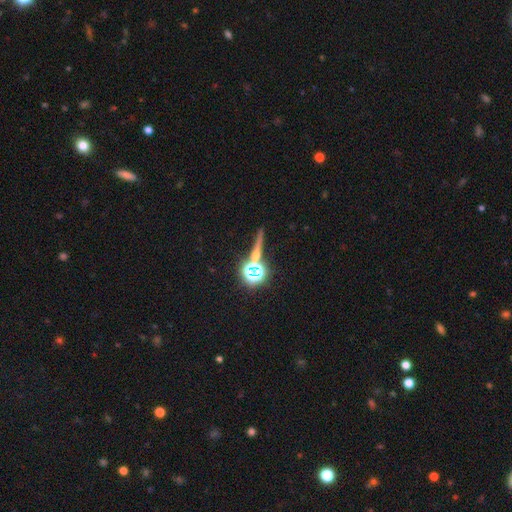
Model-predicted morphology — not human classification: star or artifact 46%, smooth 29%, featured or disk 25%.